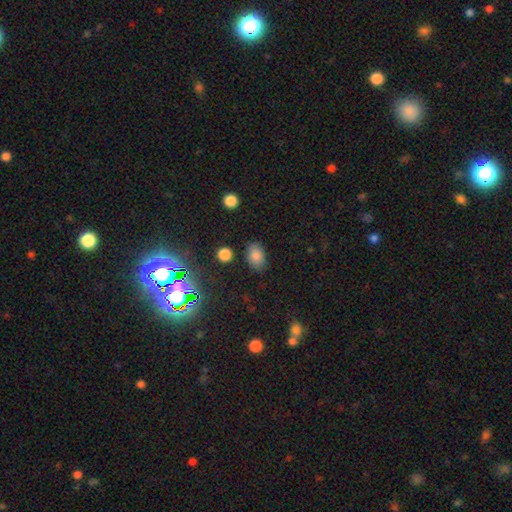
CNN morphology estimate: A smooth galaxy with no disk features (81%) that is in between round and cigar-shaped (83%).

Vote fractions:
- Smooth or featured? smooth: 81% / star or artifact: 12% / featured or disk: 7%
- How rounded? in between: 83% / round: 16% / cigar-shaped: 1%
- Merging? none: 82% / minor disturbance: 12% / major disturbance: 3% / merger: 3%